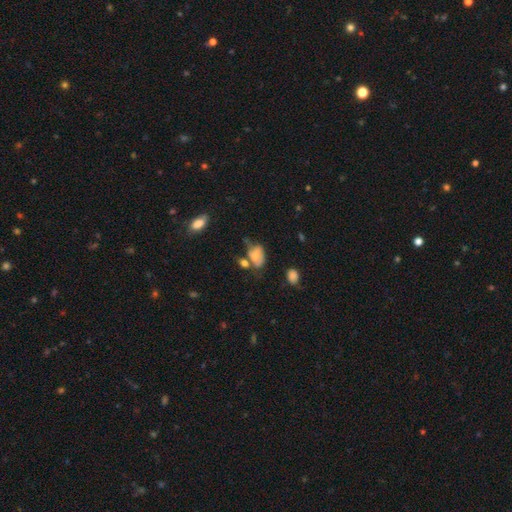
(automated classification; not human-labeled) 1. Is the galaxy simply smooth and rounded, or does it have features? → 65% smooth, 25% featured or disk, 11% star or artifact.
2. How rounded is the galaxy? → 86% in between, 13% round, 2% cigar-shaped.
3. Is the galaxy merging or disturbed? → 33% none, 31% minor disturbance, 19% merger, 17% major disturbance.